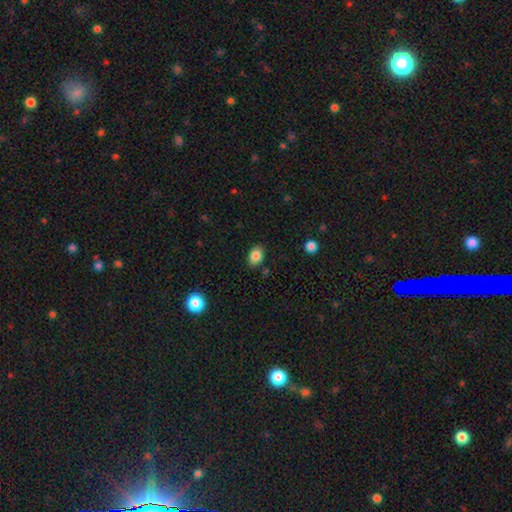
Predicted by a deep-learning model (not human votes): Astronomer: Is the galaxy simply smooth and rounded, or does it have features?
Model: smooth — 85%.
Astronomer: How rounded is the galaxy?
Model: in between — 74%.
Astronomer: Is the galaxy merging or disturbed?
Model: none — 84%.